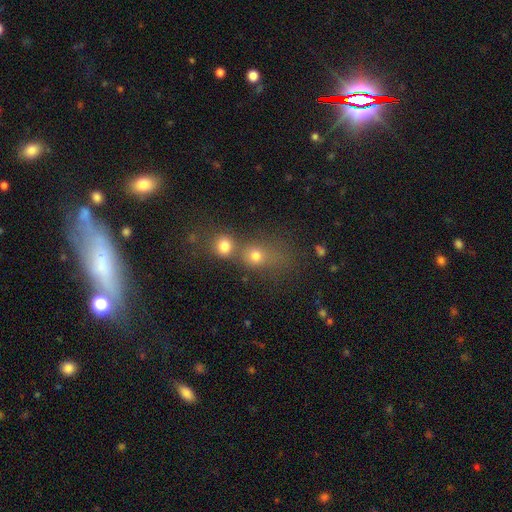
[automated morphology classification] Smooth or featured?
  - smooth: 70% *
  - star or artifact: 19%
  - featured or disk: 12%
How rounded?
  - round: 71% *
  - in between: 27%
  - cigar-shaped: 2%
Merging?
  - merger: 54% *
  - none: 32%
  - minor disturbance: 8%
  - major disturbance: 6%